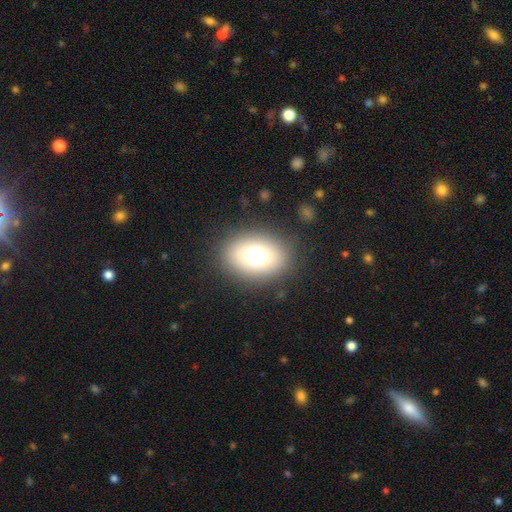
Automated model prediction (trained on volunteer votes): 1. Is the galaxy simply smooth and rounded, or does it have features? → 68% smooth, 17% star or artifact, 16% featured or disk.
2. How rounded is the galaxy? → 53% in between, 46% round, 1% cigar-shaped.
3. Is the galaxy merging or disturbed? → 85% none, 8% minor disturbance, 5% major disturbance, 2% merger.